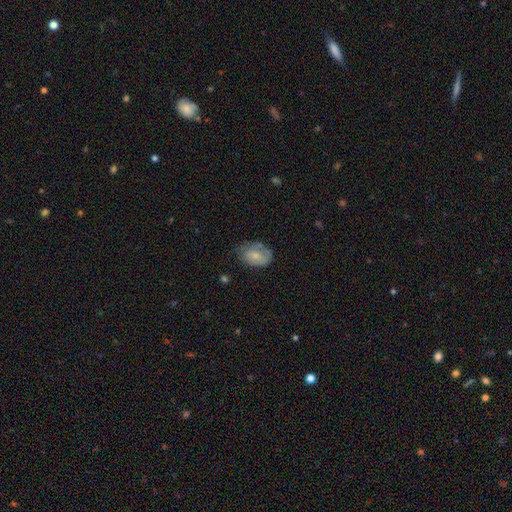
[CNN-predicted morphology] smooth_or_featured: smooth (p=0.66) [alt: featured or disk p=0.26]
how_rounded: in between (p=0.82) [alt: round p=0.17]
merging: none (p=0.52) [alt: minor disturbance p=0.34]